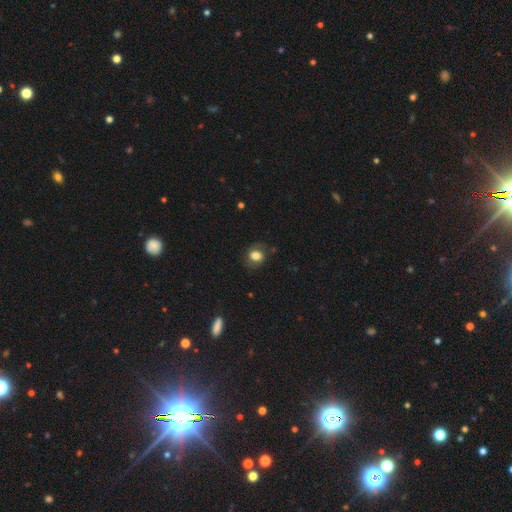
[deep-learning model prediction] A smooth galaxy with no disk features (69%) that is round (55%).

Vote fractions:
- Smooth or featured? smooth: 69% / featured or disk: 22% / star or artifact: 9%
- How rounded? round: 55% / in between: 44% / cigar-shaped: 1%
- Merging? none: 71% / minor disturbance: 19% / major disturbance: 9% / merger: 1%